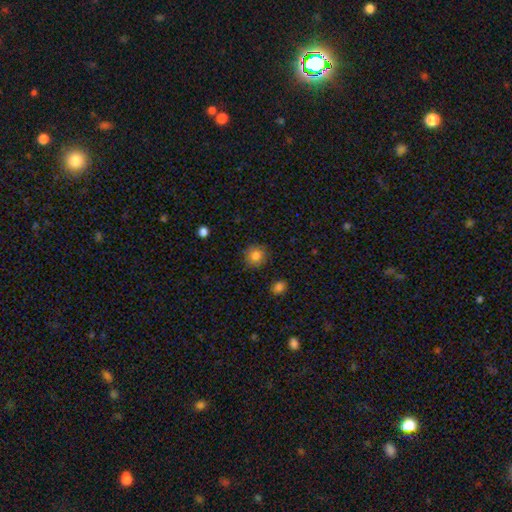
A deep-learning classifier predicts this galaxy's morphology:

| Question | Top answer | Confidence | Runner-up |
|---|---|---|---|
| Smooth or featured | smooth | 82% | star or artifact (10%) |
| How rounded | round | 89% | in between (10%) |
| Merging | none | 88% | minor disturbance (9%) |